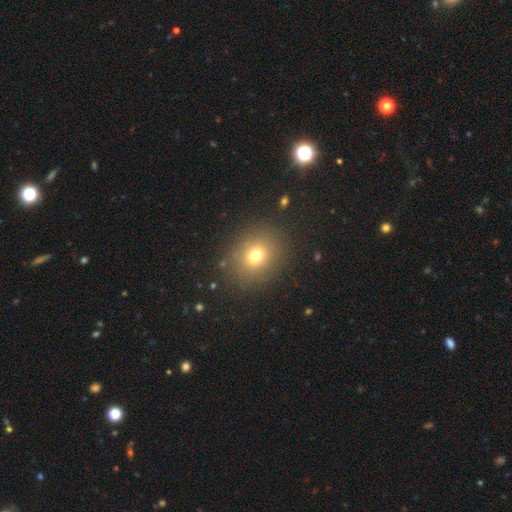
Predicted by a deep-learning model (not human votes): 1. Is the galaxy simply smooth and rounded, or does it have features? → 72% smooth, 17% star or artifact, 12% featured or disk.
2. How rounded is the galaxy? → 71% round, 28% in between, 1% cigar-shaped.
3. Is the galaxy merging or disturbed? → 85% none, 9% minor disturbance, 5% major disturbance, 2% merger.